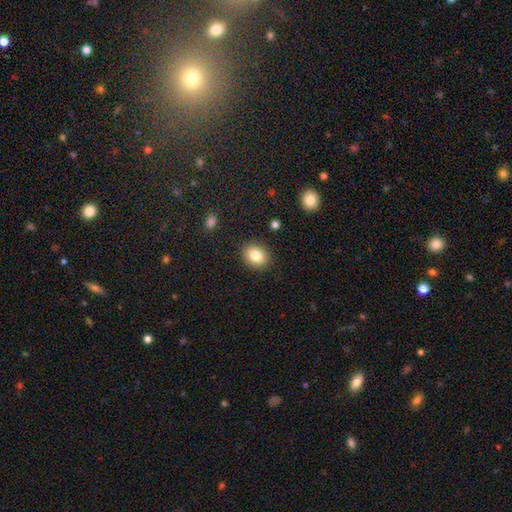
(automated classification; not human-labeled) smooth 84%, star or artifact 9%, featured or disk 7%. Down the decision tree: how rounded — round (60%); merging — none (89%).